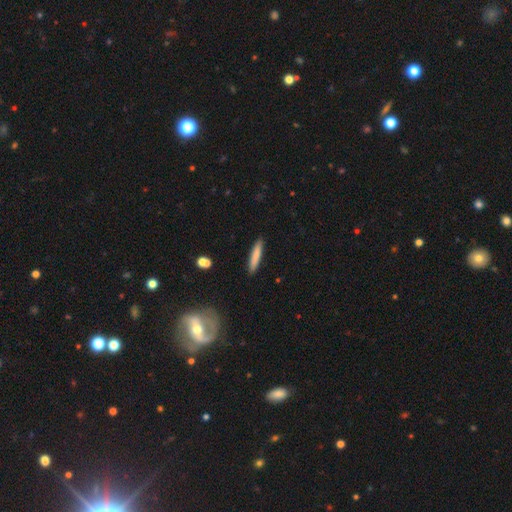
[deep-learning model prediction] Q: Smooth or featured?
A: smooth (80%); runner-up: featured or disk (13%)
Q: How rounded?
A: cigar-shaped (90%); runner-up: in between (9%)
Q: Merging?
A: none (90%); runner-up: minor disturbance (7%)